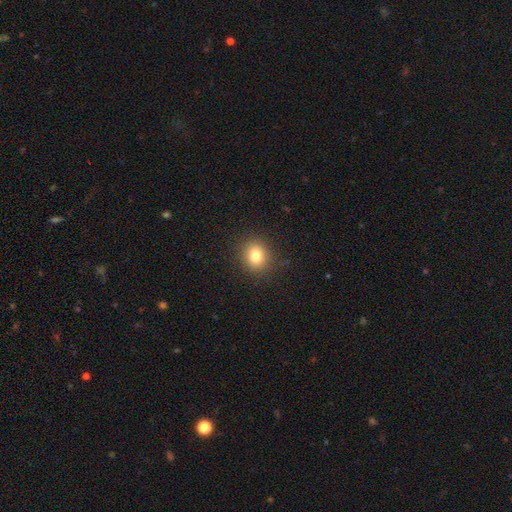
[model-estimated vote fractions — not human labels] Q: Smooth or featured?
A: smooth (80%); runner-up: star or artifact (12%)
Q: How rounded?
A: round (72%); runner-up: in between (27%)
Q: Merging?
A: none (89%); runner-up: minor disturbance (8%)